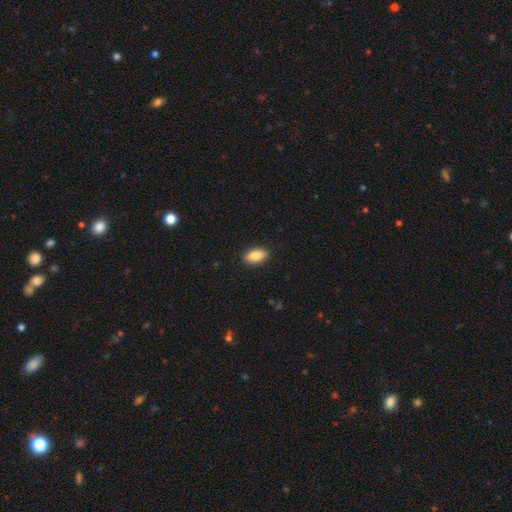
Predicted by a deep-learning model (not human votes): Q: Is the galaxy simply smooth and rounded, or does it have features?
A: smooth — 82%.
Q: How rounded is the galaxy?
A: in between — 88%.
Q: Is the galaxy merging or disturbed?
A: none — 89%.